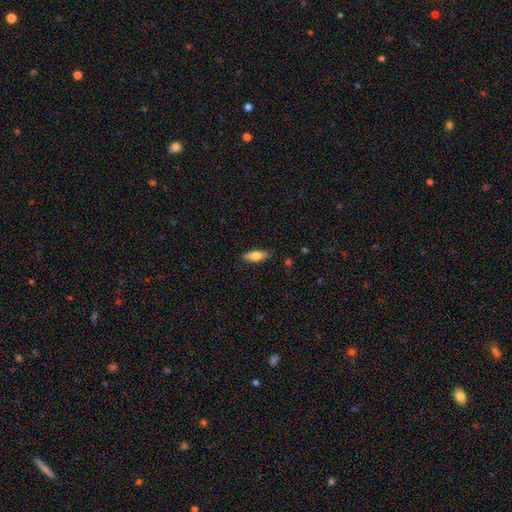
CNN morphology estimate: This appears to be a smooth galaxy with no disk features (75%) that is in between round and cigar-shaped (69%). Merging: none (85%).